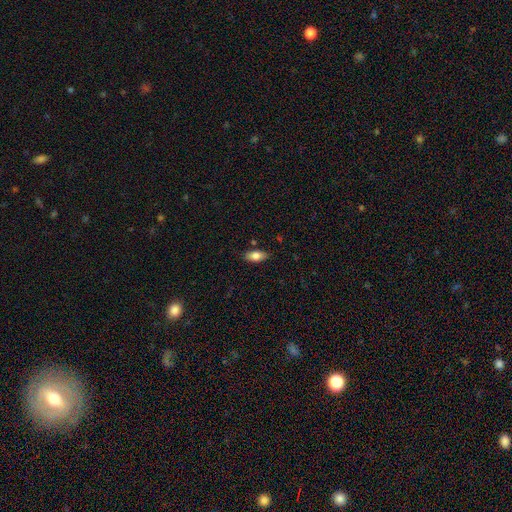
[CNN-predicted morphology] type=smooth (80%); roundness=in between (87%); merging=none (81%).